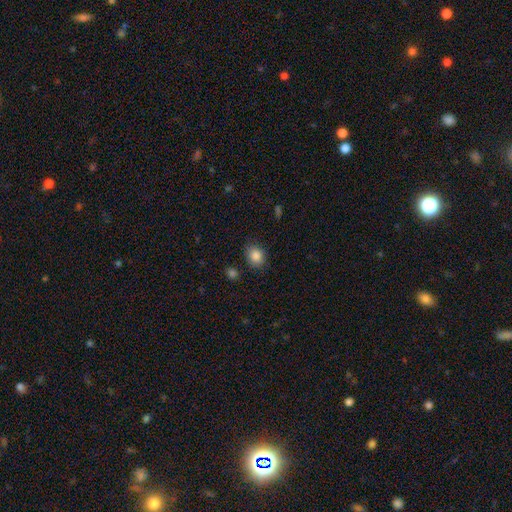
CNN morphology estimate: A smooth galaxy with no disk features (87%) that is round (57%).

Vote fractions:
- Smooth or featured? smooth: 87% / star or artifact: 9% / featured or disk: 5%
- How rounded? round: 57% / in between: 42% / cigar-shaped: 1%
- Merging? none: 83% / minor disturbance: 12% / major disturbance: 3% / merger: 2%